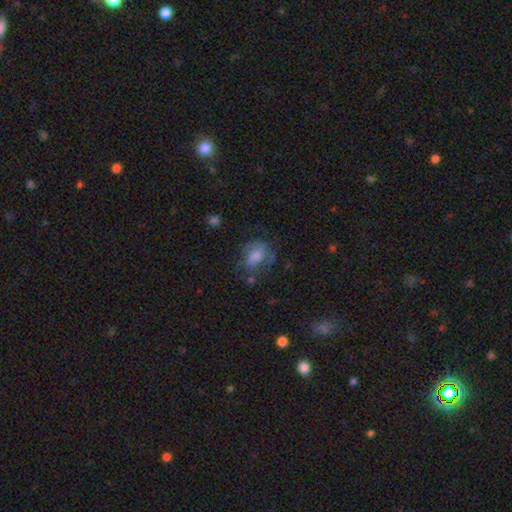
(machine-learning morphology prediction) Smooth or featured? Predicted: smooth (p=0.45). Merging? Predicted: none (p=0.53).